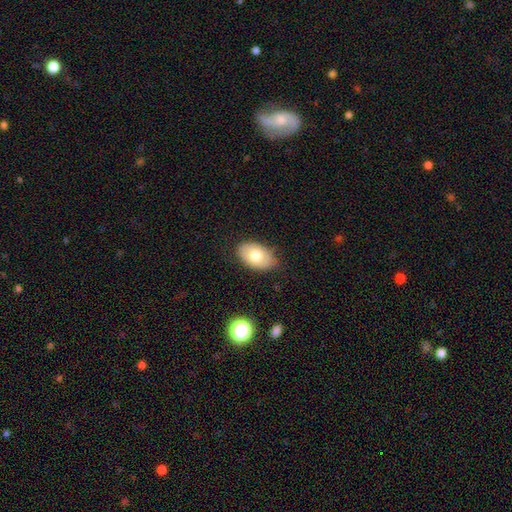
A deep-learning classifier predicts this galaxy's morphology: smooth-or-featured: smooth: 73% | featured or disk: 20% | star or artifact: 7%
  how-rounded: in between: 92% | round: 7% | cigar-shaped: 1%
  merging: none: 79% | minor disturbance: 17% | major disturbance: 3% | merger: 1%